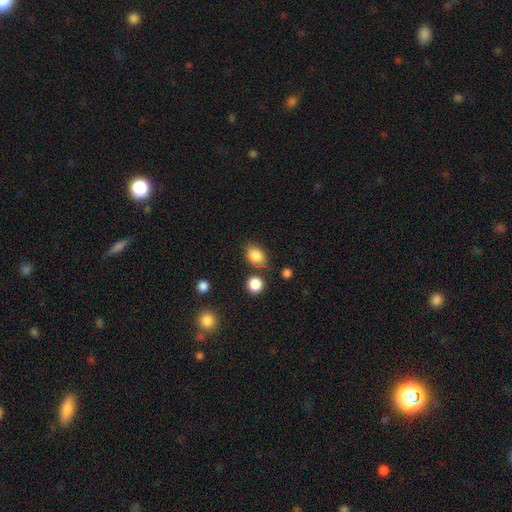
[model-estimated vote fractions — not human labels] Smooth or featured: smooth — 85% (star or artifact — 9%)
How rounded: in between — 70% (round — 28%)
Merging: none — 71% (minor disturbance — 17%)